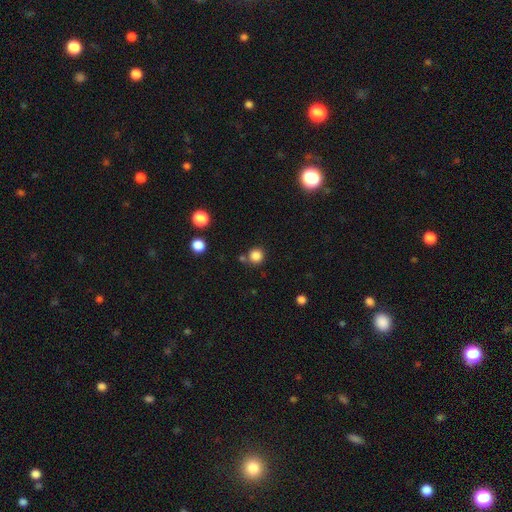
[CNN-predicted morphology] Smooth or featured?
  - smooth: 84% *
  - star or artifact: 13%
  - featured or disk: 4%
How rounded?
  - round: 93% *
  - in between: 6%
  - cigar-shaped: 1%
Merging?
  - none: 78% *
  - merger: 11%
  - minor disturbance: 9%
  - major disturbance: 3%